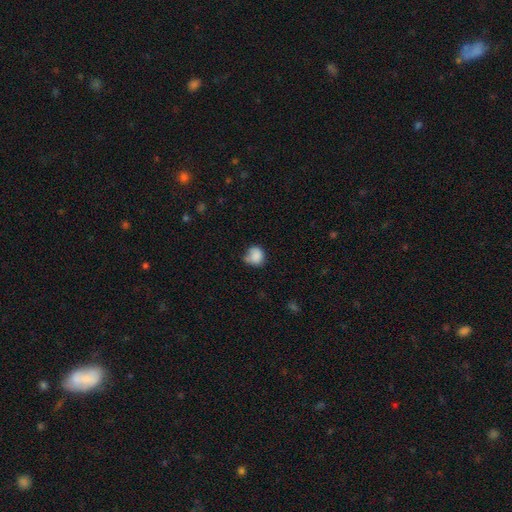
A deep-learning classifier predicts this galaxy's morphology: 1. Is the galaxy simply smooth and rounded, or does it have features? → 83% smooth, 9% star or artifact, 7% featured or disk.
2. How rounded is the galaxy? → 71% round, 28% in between, 1% cigar-shaped.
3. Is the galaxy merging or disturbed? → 46% none, 33% minor disturbance, 11% major disturbance, 11% merger.